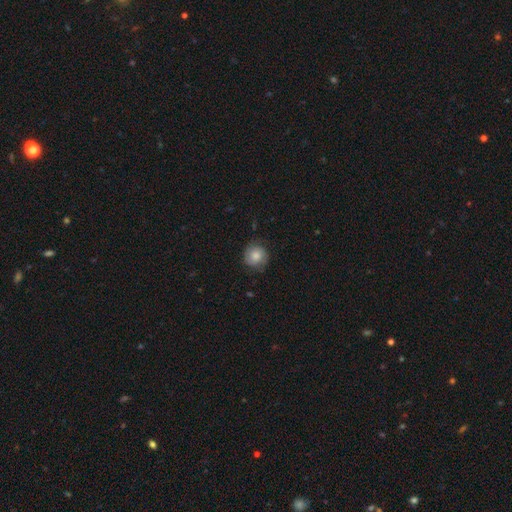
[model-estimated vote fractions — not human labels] Smooth or featured: smooth — 64% (featured or disk — 27%)
How rounded: round — 89% (in between — 10%)
Merging: none — 75% (minor disturbance — 18%)